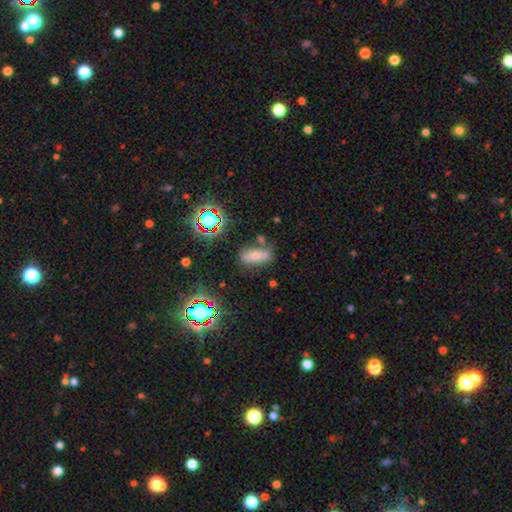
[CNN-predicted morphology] smooth_or_featured: smooth (p=0.57) [alt: featured or disk p=0.22]
how_rounded: in between (p=0.70) [alt: cigar-shaped p=0.23]
merging: none (p=0.70) [alt: minor disturbance p=0.16]